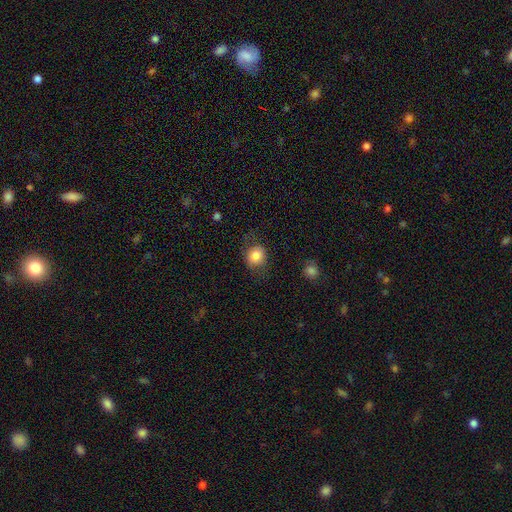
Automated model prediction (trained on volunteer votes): Smooth or featured? Predicted: smooth (p=0.83). How rounded? Predicted: round (p=0.67). Merging? Predicted: none (p=0.71).